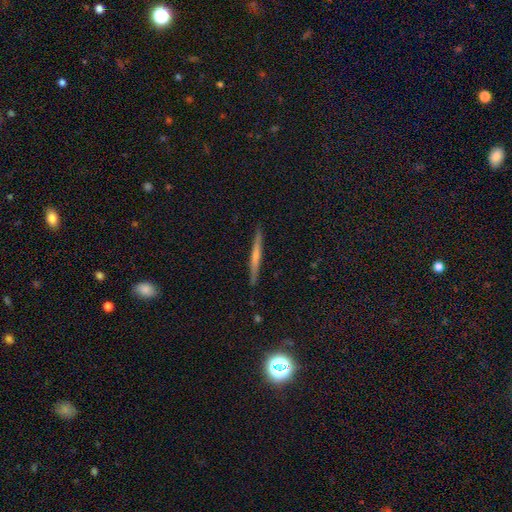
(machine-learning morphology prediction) smooth_or_featured: featured or disk (p=0.47) [alt: smooth p=0.46]
merging: none (p=0.91) [alt: minor disturbance p=0.07]